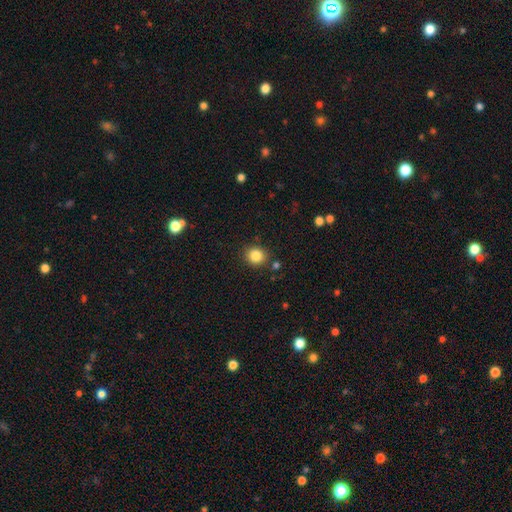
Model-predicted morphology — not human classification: Q: Smooth or featured?
A: smooth (84%); runner-up: star or artifact (11%)
Q: How rounded?
A: round (82%); runner-up: in between (17%)
Q: Merging?
A: none (85%); runner-up: minor disturbance (8%)